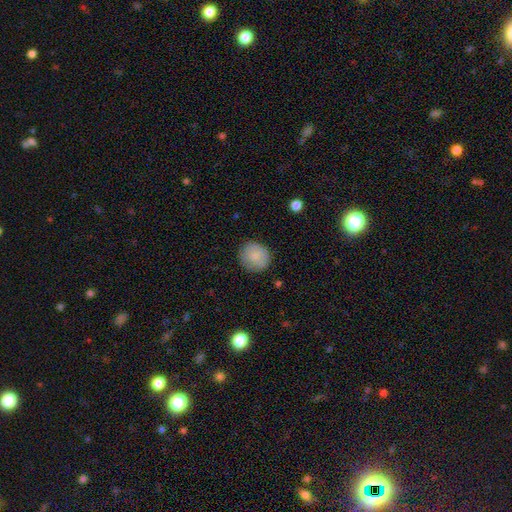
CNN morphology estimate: A smooth galaxy with no disk features (83%) that is round (87%). Merging: none (85%).